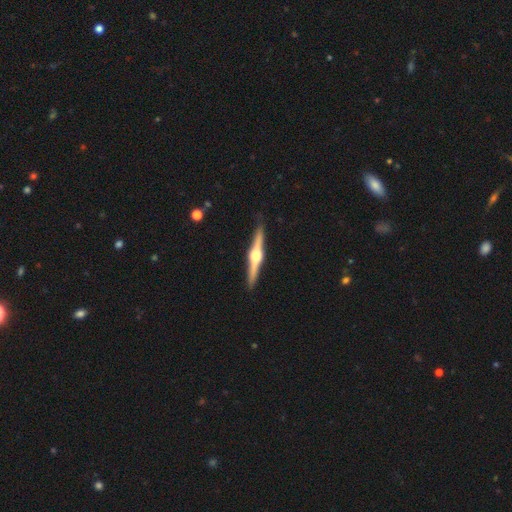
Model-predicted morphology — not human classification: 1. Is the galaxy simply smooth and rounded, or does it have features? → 83% featured or disk, 13% smooth, 4% star or artifact.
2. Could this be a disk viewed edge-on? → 98% yes, 2% no.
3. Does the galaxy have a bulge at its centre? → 95% rounded, 4% boxy, 2% none.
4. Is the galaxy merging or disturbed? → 91% none, 6% minor disturbance, 1% major disturbance, 1% merger.